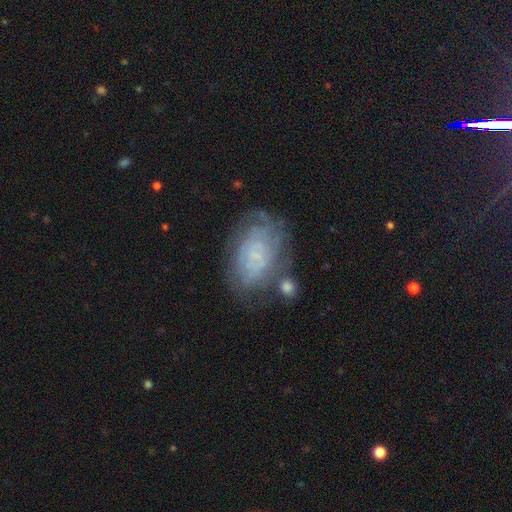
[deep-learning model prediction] A featured or disk galaxy (64%) with no bar (75%), spiral arms (78%) and a small central bulge (63%). Merging: none (55%).